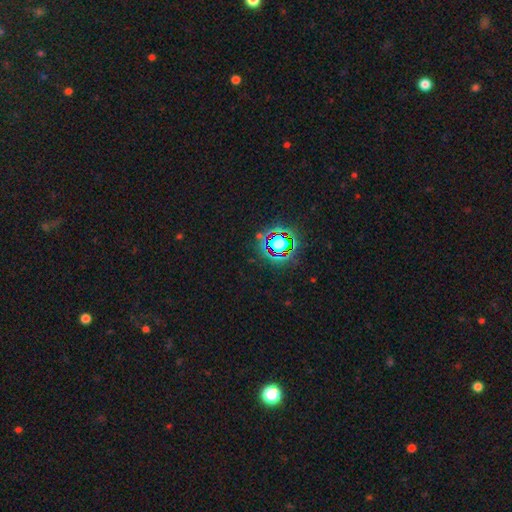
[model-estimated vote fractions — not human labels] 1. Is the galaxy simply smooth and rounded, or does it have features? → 81% star or artifact, 11% smooth, 8% featured or disk.